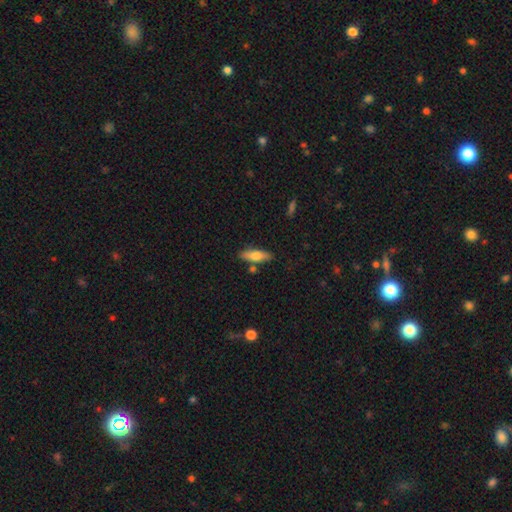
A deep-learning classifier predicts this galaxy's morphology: A smooth galaxy with no disk features (66%) that is cigar-shaped (51%).

Vote fractions:
- Smooth or featured? smooth: 66% / featured or disk: 28% / star or artifact: 6%
- How rounded? cigar-shaped: 51% / in between: 46% / round: 2%
- Merging? none: 80% / minor disturbance: 12% / merger: 6% / major disturbance: 2%